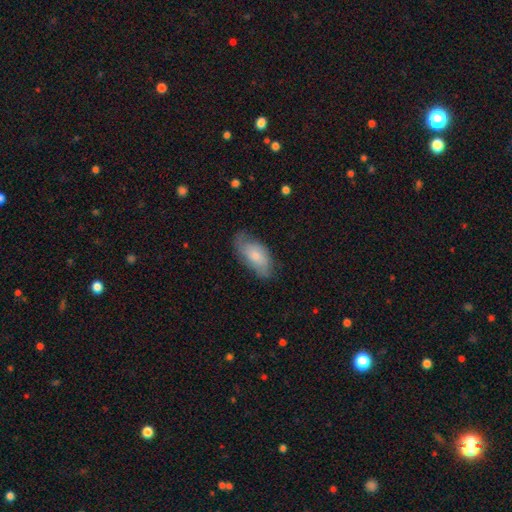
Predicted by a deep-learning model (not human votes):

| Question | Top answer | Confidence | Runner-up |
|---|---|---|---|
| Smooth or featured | smooth | 62% | featured or disk (32%) |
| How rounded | in between | 92% | cigar-shaped (5%) |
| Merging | none | 58% | minor disturbance (30%) |